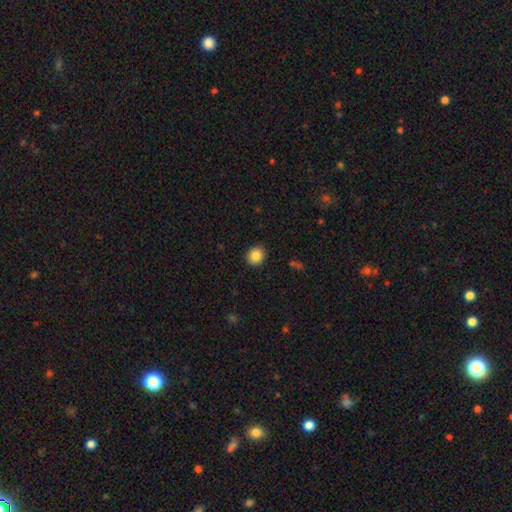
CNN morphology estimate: This is clearly a smooth galaxy (85%). How rounded: clearly round (80%). Merging: clearly none (91%).